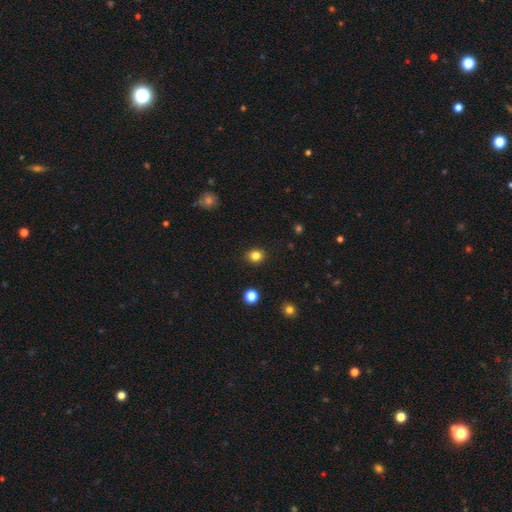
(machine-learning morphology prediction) Q: Smooth or featured?
A: smooth (83%); runner-up: star or artifact (12%)
Q: How rounded?
A: round (77%); runner-up: in between (22%)
Q: Merging?
A: none (90%); runner-up: minor disturbance (7%)